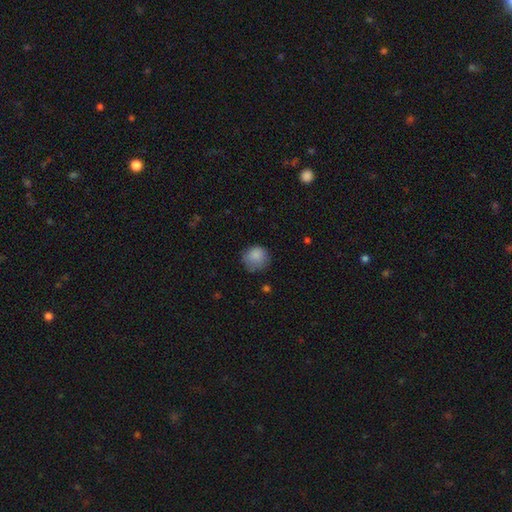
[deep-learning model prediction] Smooth or featured: smooth — 85% (star or artifact — 9%)
How rounded: round — 86% (in between — 13%)
Merging: none — 67% (minor disturbance — 25%)